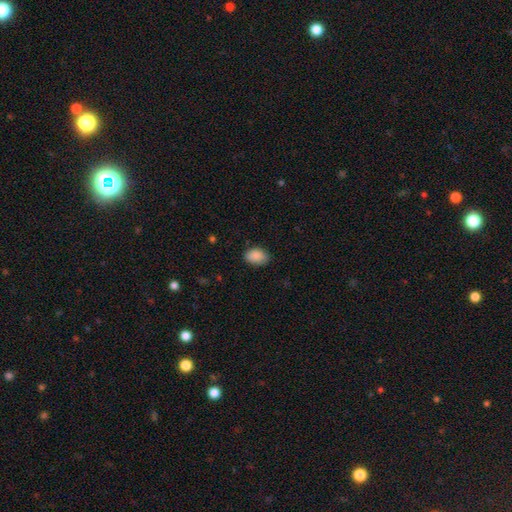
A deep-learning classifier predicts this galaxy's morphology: A smooth galaxy with no disk features (89%) that is in between round and cigar-shaped (85%).

Vote fractions:
- Smooth or featured? smooth: 89% / star or artifact: 7% / featured or disk: 4%
- How rounded? in between: 85% / round: 14% / cigar-shaped: 1%
- Merging? none: 79% / minor disturbance: 17% / major disturbance: 3% / merger: 1%